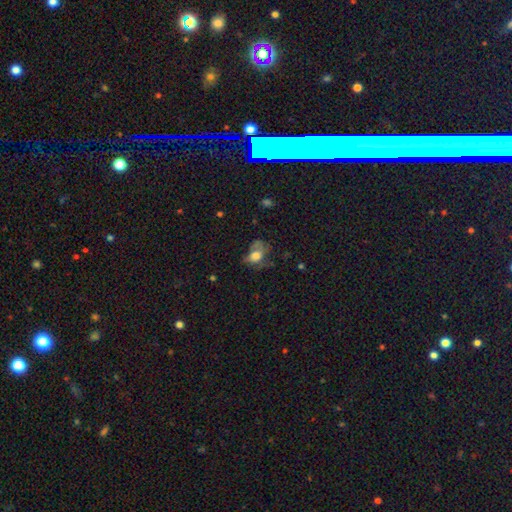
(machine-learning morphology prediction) type=smooth (60%); roundness=in between (71%); merging=major disturbance (39%).